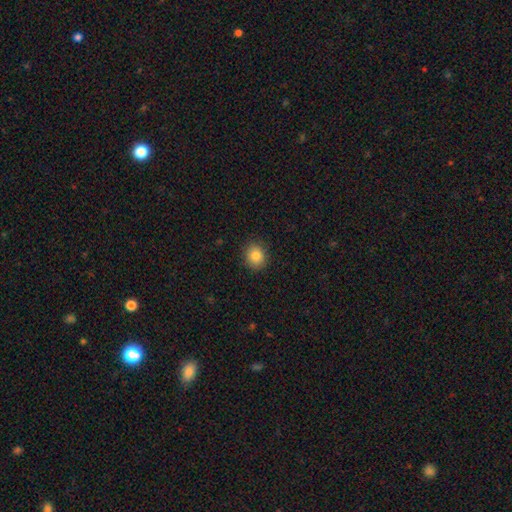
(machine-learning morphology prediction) Q: Smooth or featured?
A: smooth (83%); runner-up: star or artifact (10%)
Q: How rounded?
A: round (76%); runner-up: in between (24%)
Q: Merging?
A: none (89%); runner-up: minor disturbance (8%)